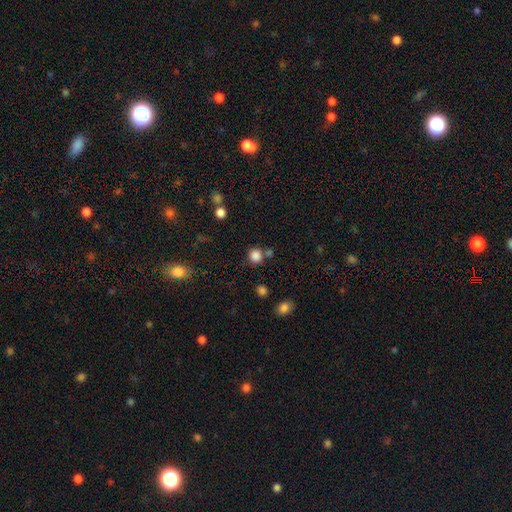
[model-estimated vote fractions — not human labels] This appears to be a smooth galaxy with no disk features (84%) that is round (87%). Merging: none (73%).